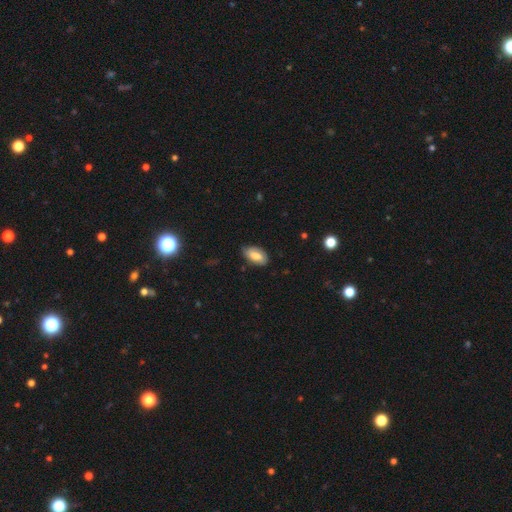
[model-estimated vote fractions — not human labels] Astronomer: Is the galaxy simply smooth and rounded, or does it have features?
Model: smooth — 72%.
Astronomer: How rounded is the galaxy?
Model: in between — 94%.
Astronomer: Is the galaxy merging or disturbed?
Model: none — 76%.